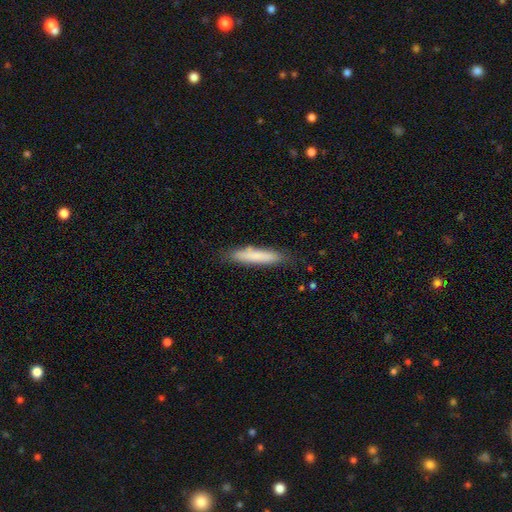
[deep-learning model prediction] Smooth or featured? smooth (76%)
How rounded? cigar-shaped (89%)
Merging? none (83%)